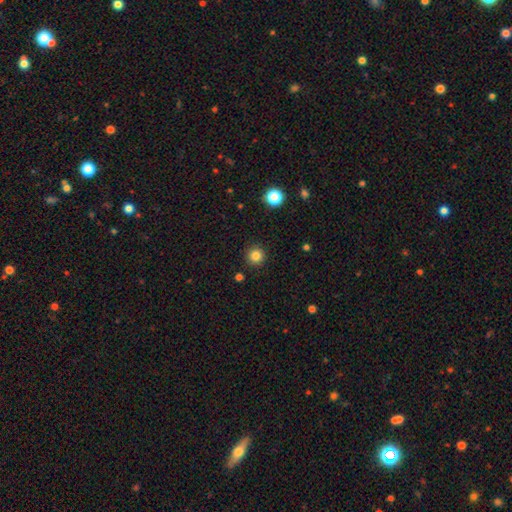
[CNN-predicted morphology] The model was most divided on "smooth or featured": smooth: 84%, star or artifact: 12%, featured or disk: 4%. More confident: how rounded — round (96%); merging — none (92%).